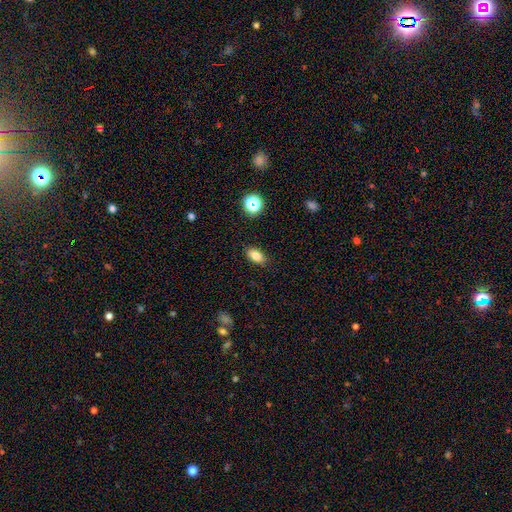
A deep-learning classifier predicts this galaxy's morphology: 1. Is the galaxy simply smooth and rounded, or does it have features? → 82% smooth, 11% star or artifact, 8% featured or disk.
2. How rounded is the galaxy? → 87% in between, 9% round, 4% cigar-shaped.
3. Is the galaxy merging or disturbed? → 87% none, 10% minor disturbance, 3% major disturbance, 1% merger.